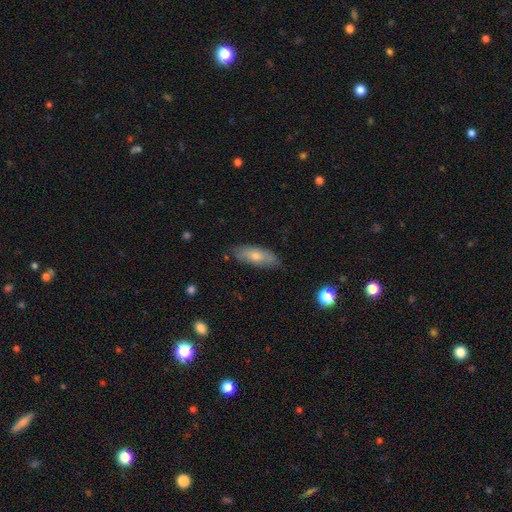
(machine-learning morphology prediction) type=smooth (60%); roundness=in between (59%); merging=none (80%).